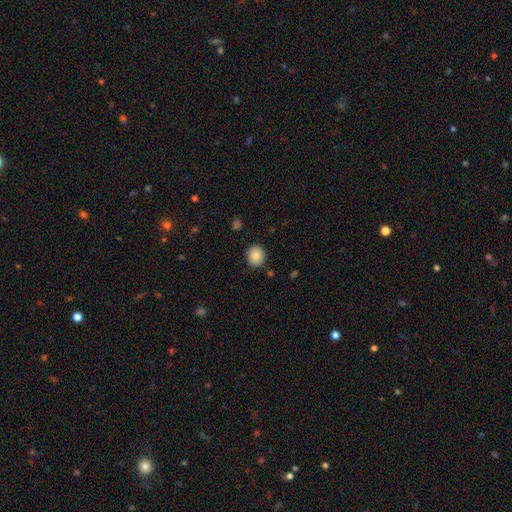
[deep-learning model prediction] This appears to be a smooth galaxy with no disk features (85%) that is round (73%). Merging: none (88%).